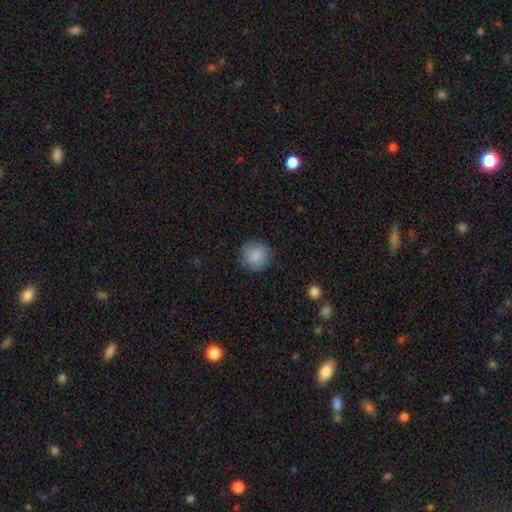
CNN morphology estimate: A smooth galaxy with no disk features (86%) that is round (92%). Merging: none (84%).